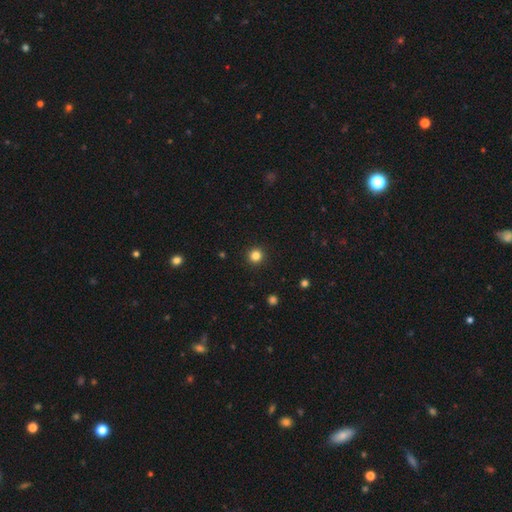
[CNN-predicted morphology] smooth_or_featured: smooth (p=0.83) [alt: star or artifact p=0.13]
how_rounded: round (p=0.95) [alt: in between p=0.04]
merging: none (p=0.93) [alt: minor disturbance p=0.04]